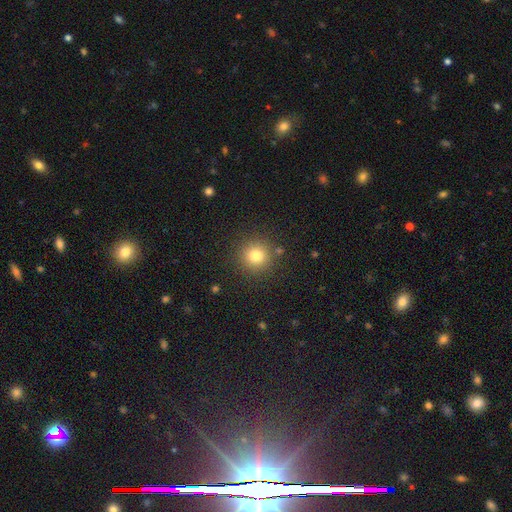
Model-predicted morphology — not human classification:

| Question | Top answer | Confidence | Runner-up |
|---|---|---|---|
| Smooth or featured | smooth | 80% | star or artifact (13%) |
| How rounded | round | 93% | in between (6%) |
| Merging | none | 87% | minor disturbance (7%) |